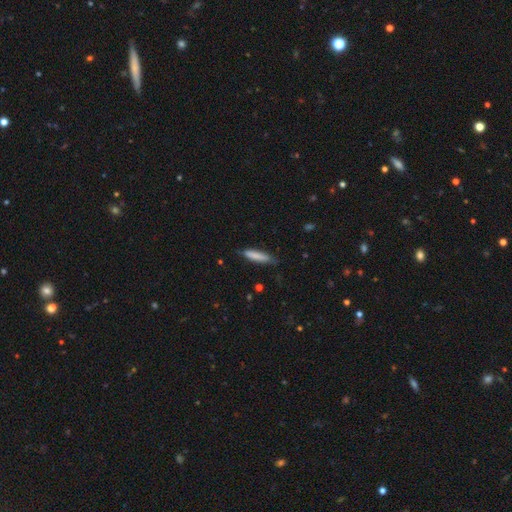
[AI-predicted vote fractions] smooth_or_featured: smooth (p=0.81) [alt: featured or disk p=0.13]
how_rounded: cigar-shaped (p=0.83) [alt: in between p=0.16]
merging: none (p=0.74) [alt: minor disturbance p=0.21]